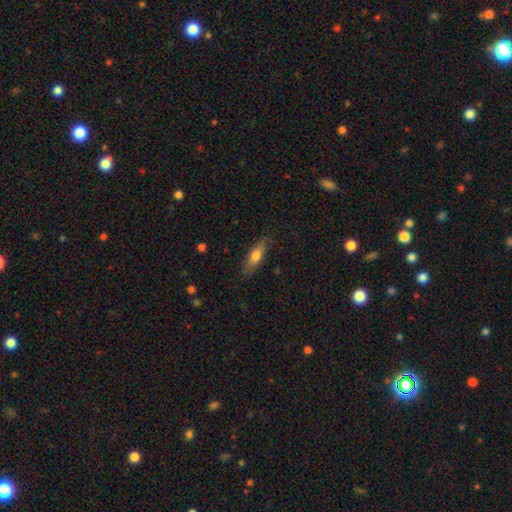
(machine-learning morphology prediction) Smooth or featured? smooth (69%)
How rounded? in between (52%)
Merging? none (80%)